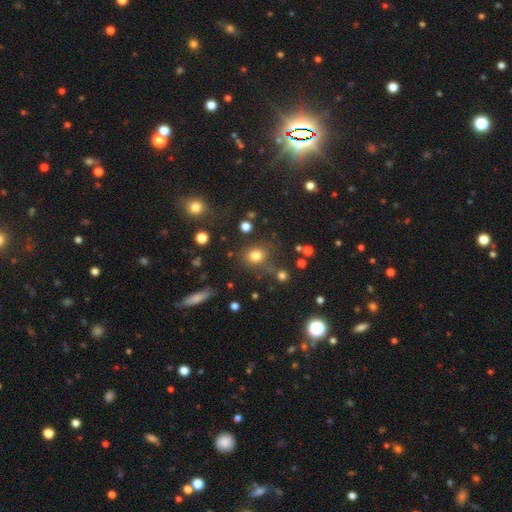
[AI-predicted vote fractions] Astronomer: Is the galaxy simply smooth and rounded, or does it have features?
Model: smooth — 77%.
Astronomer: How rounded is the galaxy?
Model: round — 75%.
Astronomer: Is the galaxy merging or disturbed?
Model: none — 75%.